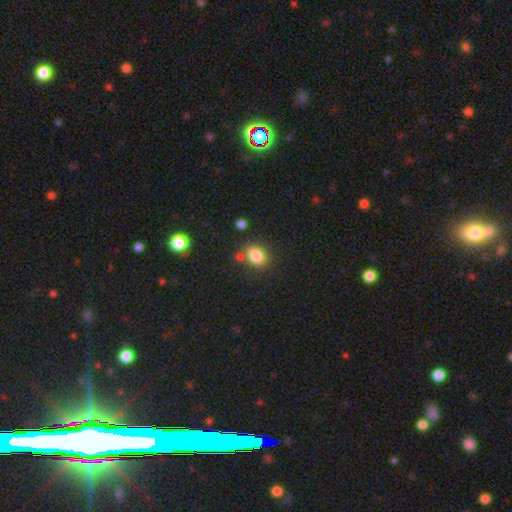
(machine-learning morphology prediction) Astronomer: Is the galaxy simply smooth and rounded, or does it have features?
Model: smooth — 83%.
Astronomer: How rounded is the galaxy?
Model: in between — 63%.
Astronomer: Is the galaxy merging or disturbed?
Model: none — 71%.